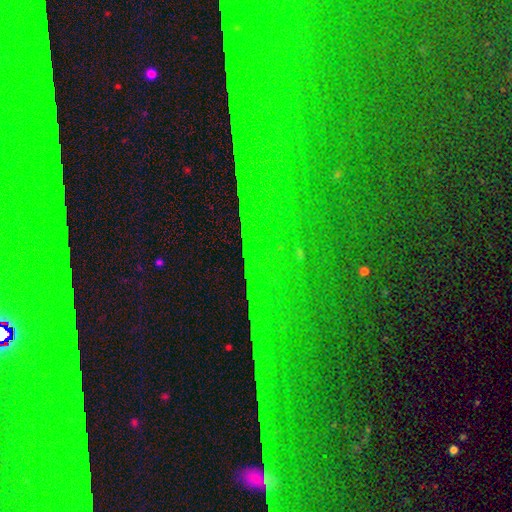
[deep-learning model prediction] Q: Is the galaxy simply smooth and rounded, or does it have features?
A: star or artifact — 85%.